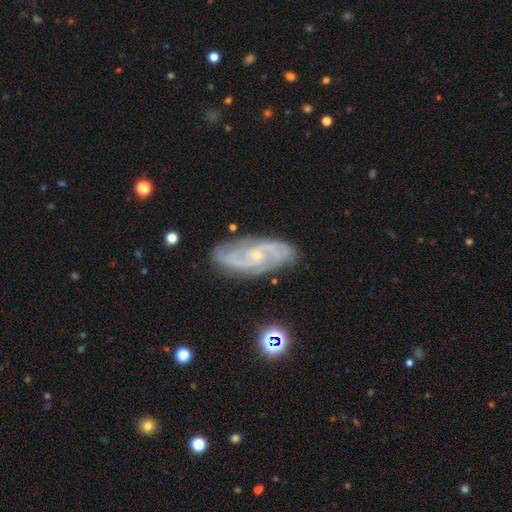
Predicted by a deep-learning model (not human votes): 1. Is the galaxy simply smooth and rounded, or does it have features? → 84% featured or disk, 9% smooth, 7% star or artifact.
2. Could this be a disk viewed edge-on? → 93% no, 7% yes.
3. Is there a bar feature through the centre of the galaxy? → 63% no, 30% weak, 7% strong.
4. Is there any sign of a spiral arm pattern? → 95% yes, 5% no.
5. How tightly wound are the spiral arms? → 45% medium, 33% tight, 22% loose.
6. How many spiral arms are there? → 52% 2, 19% can't tell, 14% 3, 6% 4, 4% 1, 4% more than 4.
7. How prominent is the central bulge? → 80% small, 17% moderate, 2% none, 1% large, 1% dominant.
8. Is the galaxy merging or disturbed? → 79% none, 15% minor disturbance, 4% major disturbance, 2% merger.